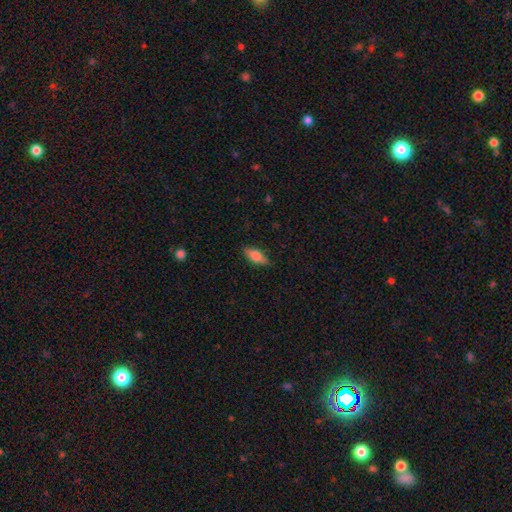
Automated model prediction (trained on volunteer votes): smooth-or-featured: smooth: 71% | featured or disk: 22% | star or artifact: 7%
  how-rounded: in between: 74% | cigar-shaped: 23% | round: 3%
  merging: none: 83% | minor disturbance: 13% | major disturbance: 3% | merger: 1%